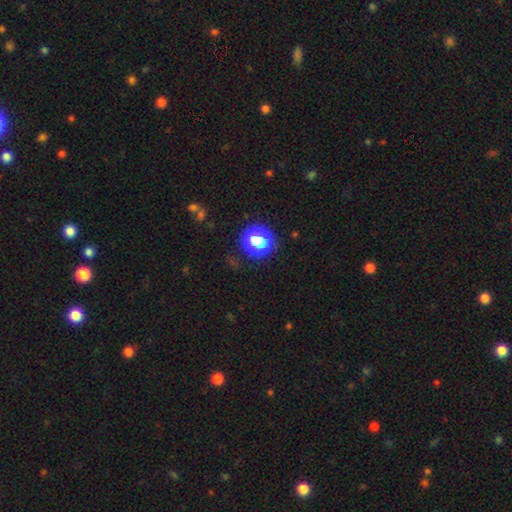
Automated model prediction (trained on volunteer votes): Smooth or featured?
  - star or artifact: 56% *
  - smooth: 37%
  - featured or disk: 7%